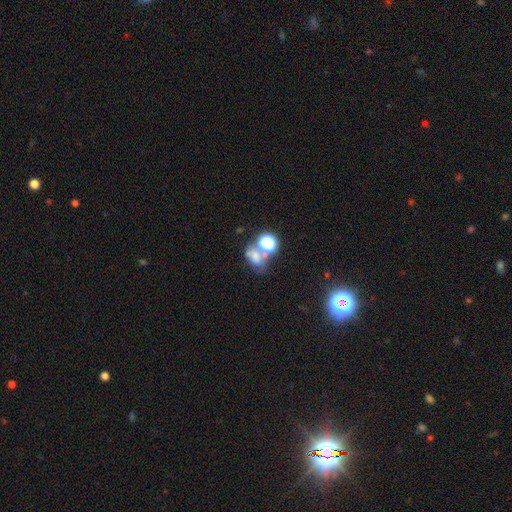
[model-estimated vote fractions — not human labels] This is possibly a smooth galaxy (58%). How rounded: likely in between (61%). Merging: marginally merger (40%).